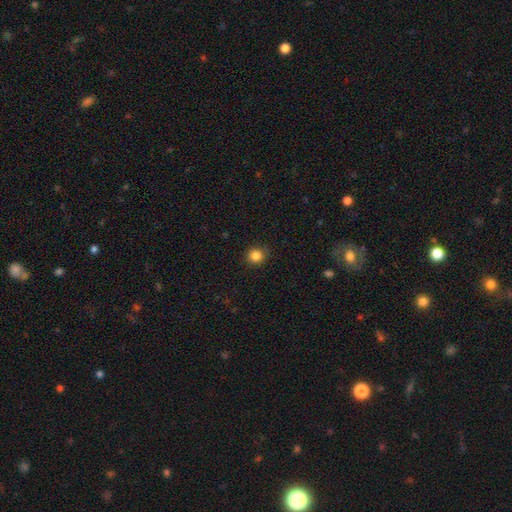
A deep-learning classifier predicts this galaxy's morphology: Smooth or featured? smooth (85%)
How rounded? round (89%)
Merging? none (89%)